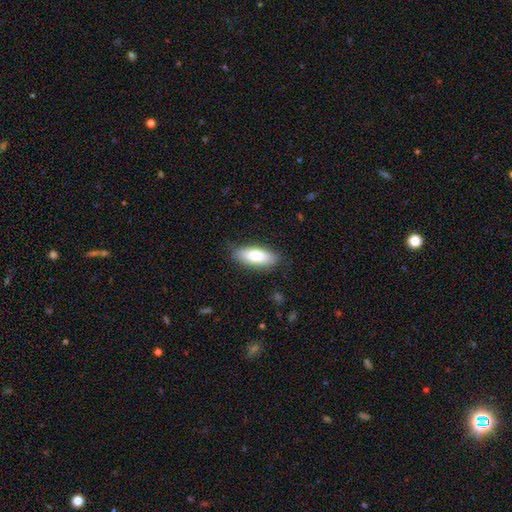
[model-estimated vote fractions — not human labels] Morphology: type=smooth (74%); roundness=in between (75%); merging=none (79%).